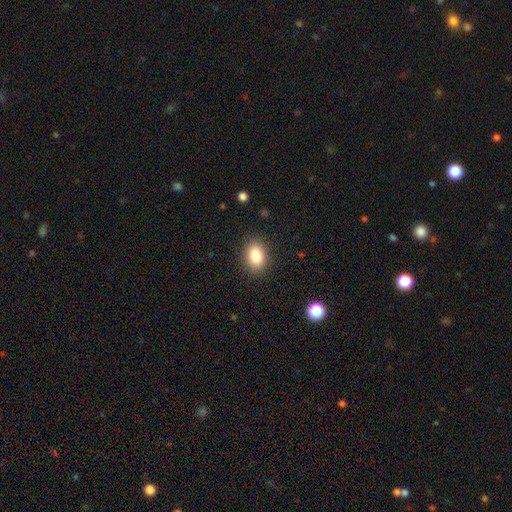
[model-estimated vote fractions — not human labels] This appears to be a smooth galaxy with no disk features (85%) that is in between round and cigar-shaped (74%). Merging: none (87%).